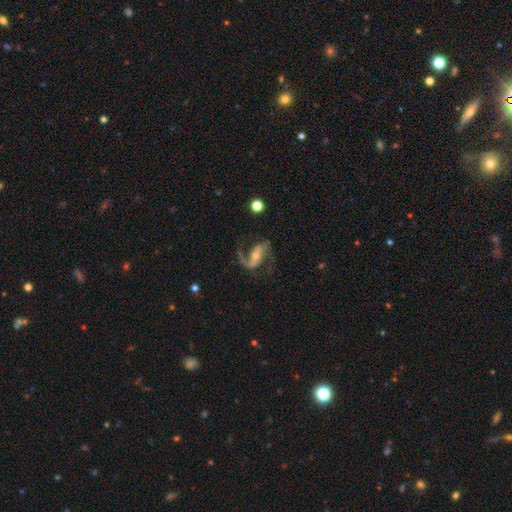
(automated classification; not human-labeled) Smooth or featured?
  - featured or disk: 89% *
  - star or artifact: 6%
  - smooth: 5%
Edge-on disk?
  - no: 97% *
  - yes: 3%
Bar?
  - strong: 40% *
  - weak: 34%
  - no: 26%
Spiral arms?
  - yes: 97% *
  - no: 3%
Spiral winding?
  - loose: 50% *
  - medium: 41%
  - tight: 9%
Spiral arm count?
  - 2: 89% *
  - 1: 6%
  - can't tell: 2%
  - 3: 1%
  - 4: 1%
  - more than 4: 1%
Bulge size?
  - small: 52% *
  - moderate: 42%
  - large: 3%
  - none: 2%
  - dominant: 1%
Merging?
  - none: 70% *
  - minor disturbance: 14%
  - major disturbance: 13%
  - merger: 2%